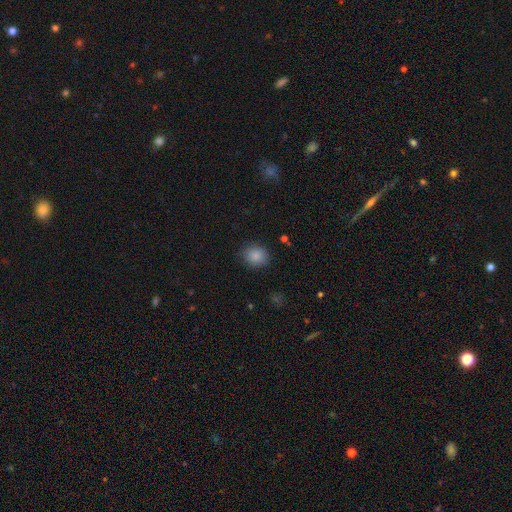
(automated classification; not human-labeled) Overall: smooth (87%). How rounded: round (70%). Merging: none (85%).